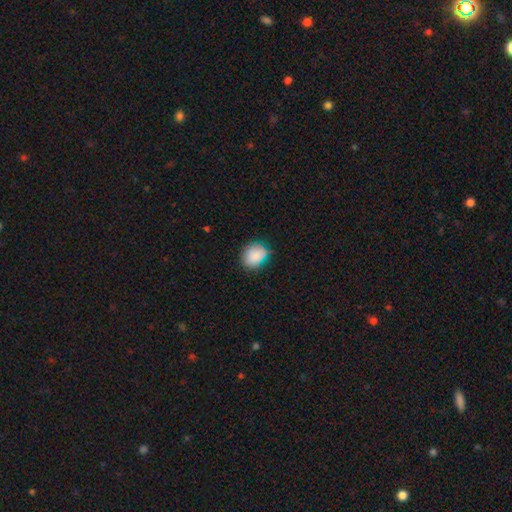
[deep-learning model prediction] smooth-or-featured: smooth: 85% | star or artifact: 9% | featured or disk: 6%
  how-rounded: round: 58% | in between: 41% | cigar-shaped: 1%
  merging: none: 75% | minor disturbance: 19% | major disturbance: 4% | merger: 2%